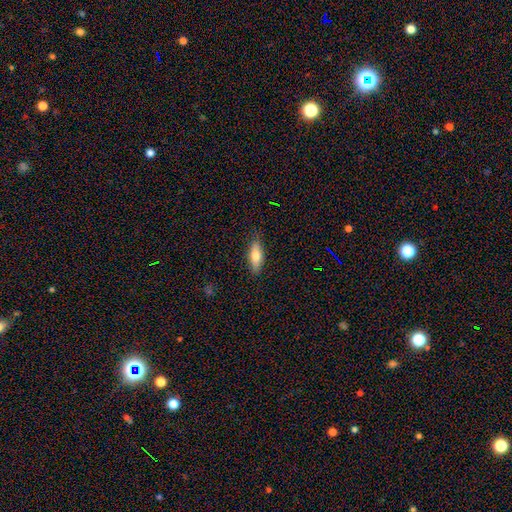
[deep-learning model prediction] The model was most divided on "how rounded": in between: 56%, cigar-shaped: 41%, round: 3%. More confident: merging — none (86%); smooth or featured — smooth (67%).